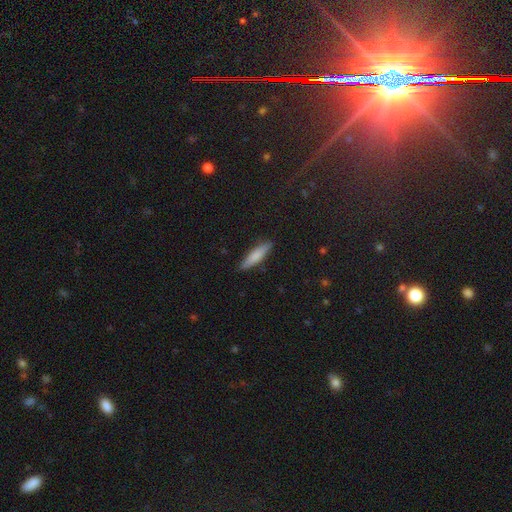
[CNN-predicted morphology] This appears to be a smooth galaxy with no disk features (75%) that is cigar-shaped (78%). Merging: none (87%).